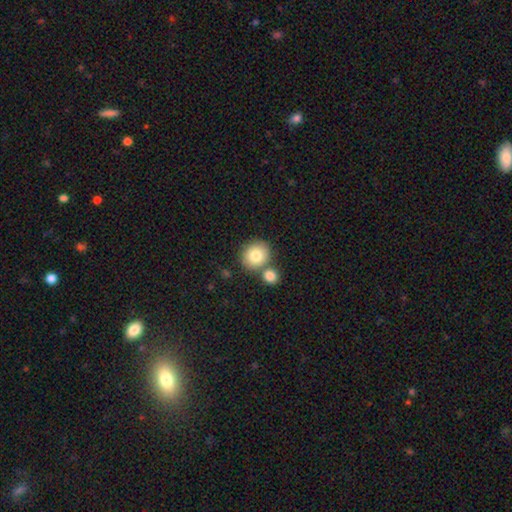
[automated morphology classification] Smooth or featured? Predicted: smooth (p=0.81). How rounded? Predicted: round (p=0.79). Merging? Predicted: none (p=0.62).